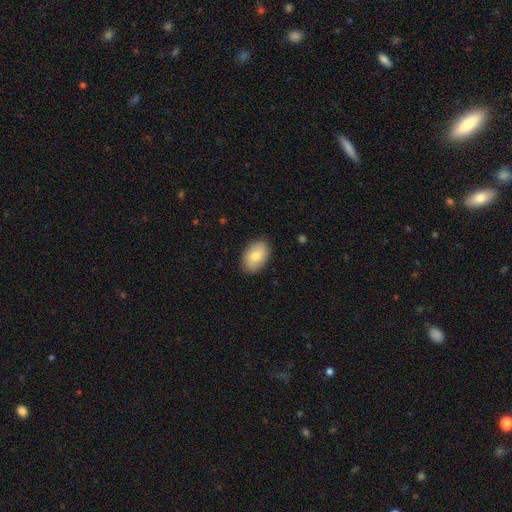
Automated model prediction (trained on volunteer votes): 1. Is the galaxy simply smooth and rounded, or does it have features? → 80% smooth, 13% featured or disk, 6% star or artifact.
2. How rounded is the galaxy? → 90% in between, 9% round, 1% cigar-shaped.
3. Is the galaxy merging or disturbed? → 88% none, 9% minor disturbance, 2% major disturbance, 1% merger.